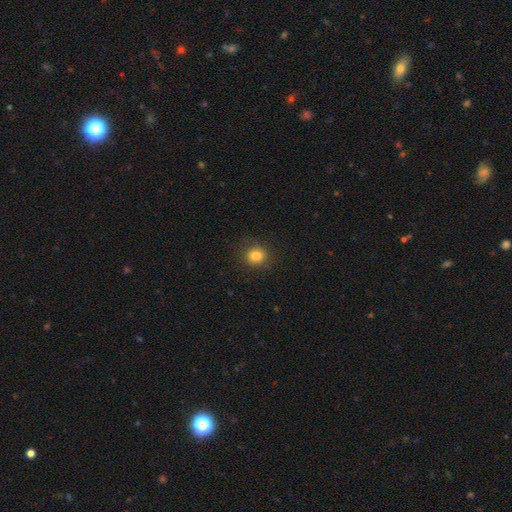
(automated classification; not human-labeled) Q: Smooth or featured?
A: smooth (84%); runner-up: star or artifact (11%)
Q: How rounded?
A: round (78%); runner-up: in between (21%)
Q: Merging?
A: none (85%); runner-up: minor disturbance (11%)